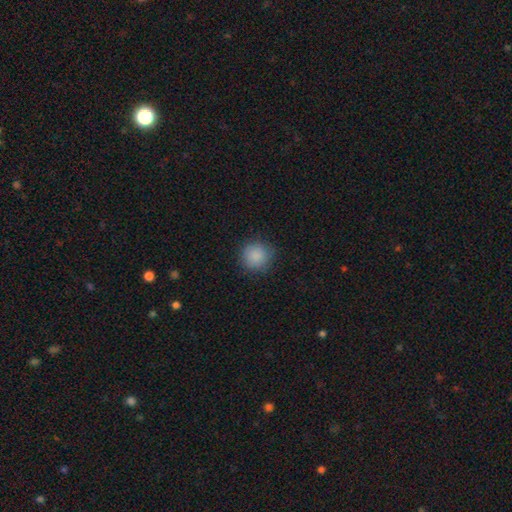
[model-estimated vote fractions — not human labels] Smooth or featured? Predicted: smooth (p=0.87). How rounded? Predicted: round (p=0.94). Merging? Predicted: none (p=0.86).